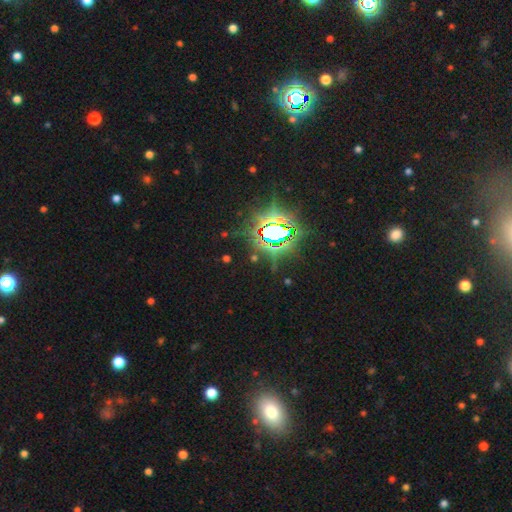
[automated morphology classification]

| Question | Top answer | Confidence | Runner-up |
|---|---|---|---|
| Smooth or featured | star or artifact | 82% | smooth (10%) |